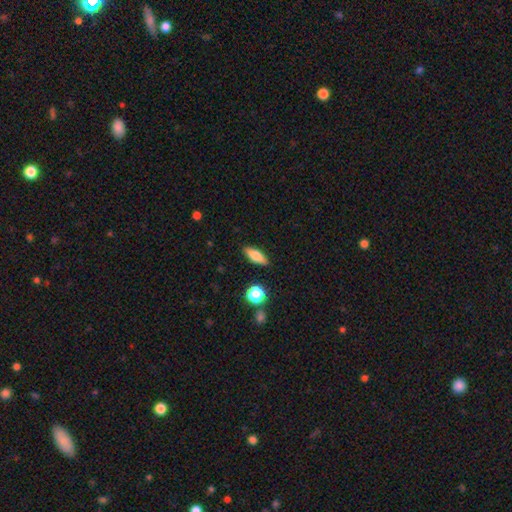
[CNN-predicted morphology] Smooth or featured: smooth — 72% (featured or disk — 20%)
How rounded: in between — 60% (cigar-shaped — 36%)
Merging: none — 87% (minor disturbance — 9%)